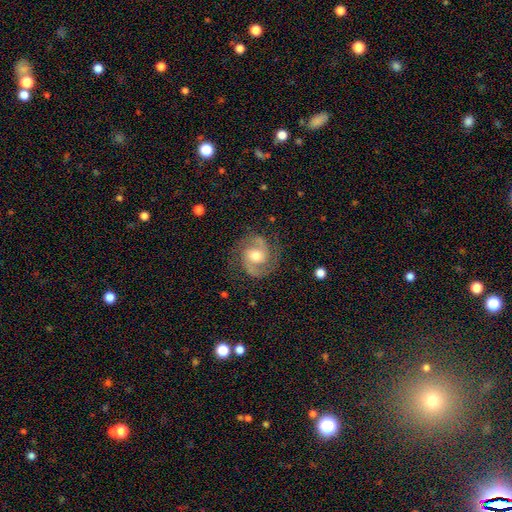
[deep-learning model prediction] featured or disk 88%, smooth 7%, star or artifact 5%. Down the decision tree: edge-on disk — no (98%); bar — no (48%); spiral arms — yes (97%); spiral arm count — 2 (92%); spiral winding — medium (57%); bulge size — moderate (70%); merging — none (81%).